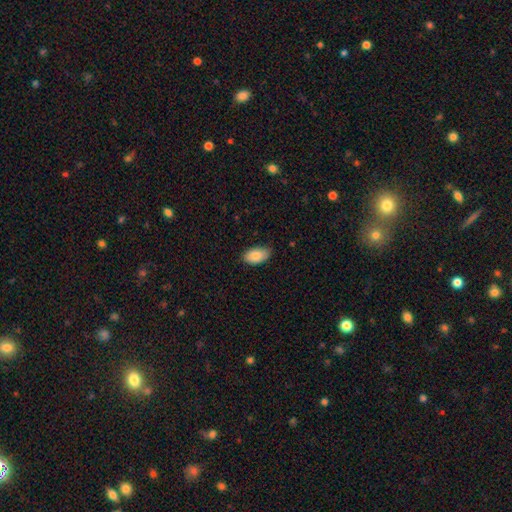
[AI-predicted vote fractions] Overall: smooth (86%). How rounded: in between (94%). Merging: none (78%).